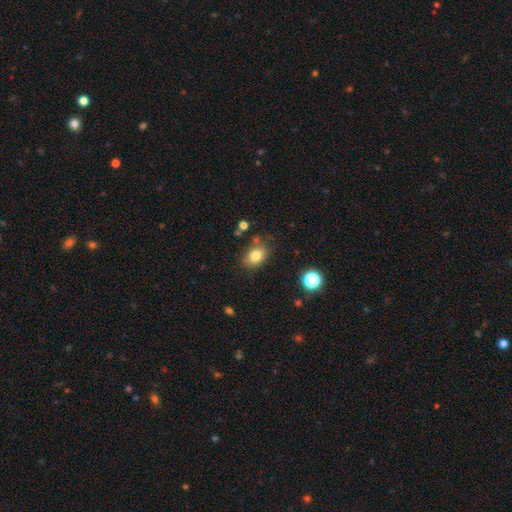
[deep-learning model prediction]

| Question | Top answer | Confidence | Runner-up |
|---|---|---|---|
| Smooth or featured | smooth | 81% | star or artifact (10%) |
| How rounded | in between | 73% | round (25%) |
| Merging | none | 77% | minor disturbance (14%) |